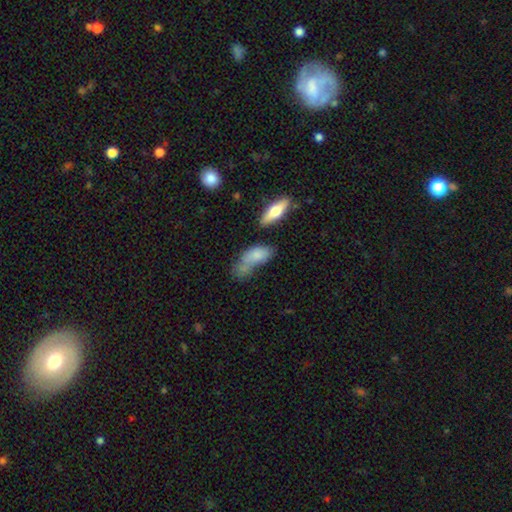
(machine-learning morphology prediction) smooth 73%, featured or disk 18%, star or artifact 9%. Down the decision tree: how rounded — in between (81%); merging — none (30%).